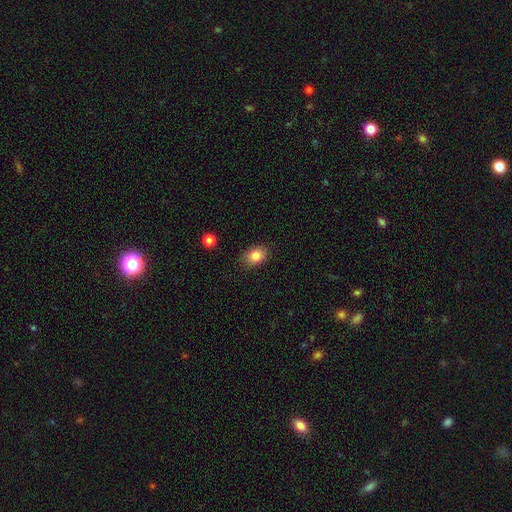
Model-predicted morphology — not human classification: Q: Smooth or featured?
A: smooth (83%); runner-up: star or artifact (9%)
Q: How rounded?
A: in between (73%); runner-up: round (26%)
Q: Merging?
A: none (85%); runner-up: minor disturbance (11%)